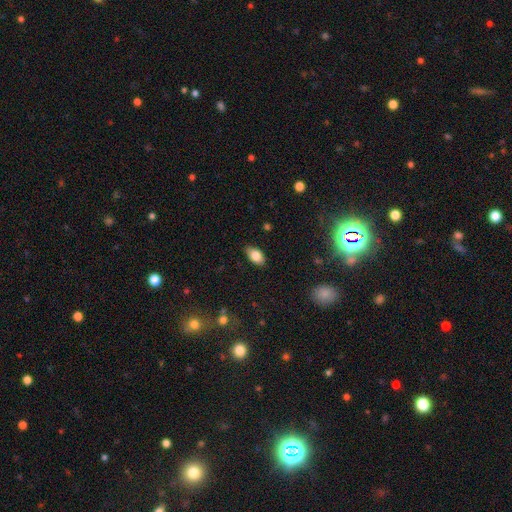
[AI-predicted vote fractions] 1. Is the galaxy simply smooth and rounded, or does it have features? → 83% smooth, 9% featured or disk, 8% star or artifact.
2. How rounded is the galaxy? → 92% in between, 6% round, 2% cigar-shaped.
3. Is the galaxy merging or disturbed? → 84% none, 12% minor disturbance, 2% major disturbance, 1% merger.